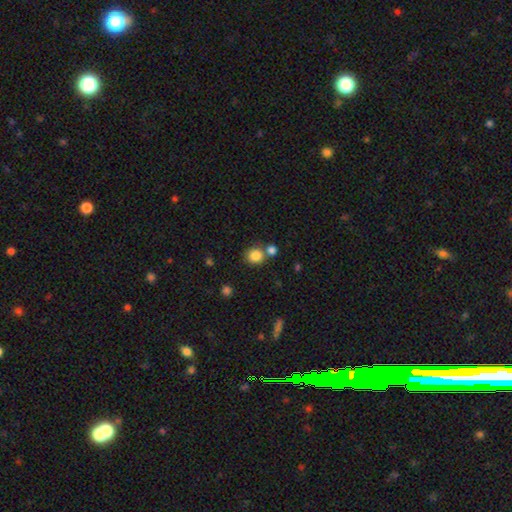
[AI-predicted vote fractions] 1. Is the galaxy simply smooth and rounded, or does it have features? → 84% smooth, 10% star or artifact, 6% featured or disk.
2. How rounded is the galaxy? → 85% round, 14% in between, 1% cigar-shaped.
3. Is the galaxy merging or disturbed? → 64% none, 24% merger, 9% minor disturbance, 3% major disturbance.